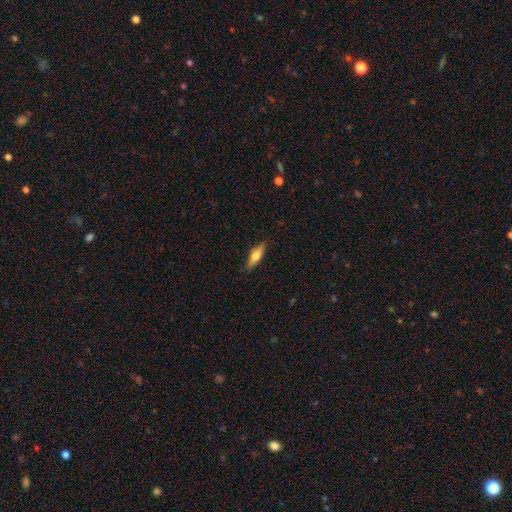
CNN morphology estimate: smooth-or-featured: smooth: 56% | featured or disk: 38% | star or artifact: 6%
  how-rounded: cigar-shaped: 52% | in between: 45% | round: 3%
  merging: none: 86% | minor disturbance: 11% | major disturbance: 2% | merger: 1%